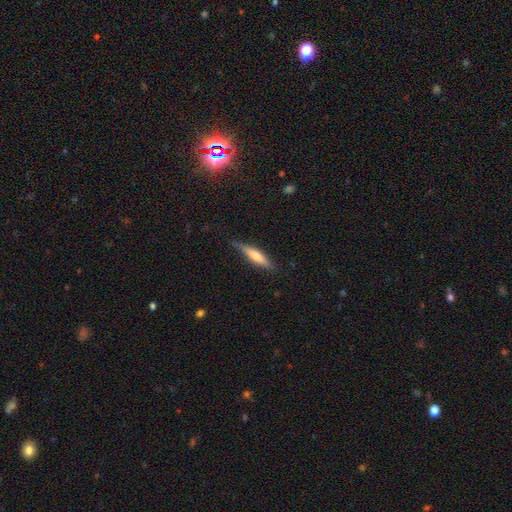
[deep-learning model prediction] smooth 53%, featured or disk 41%, star or artifact 6%. Down the decision tree: how rounded — cigar-shaped (83%); merging — none (81%).